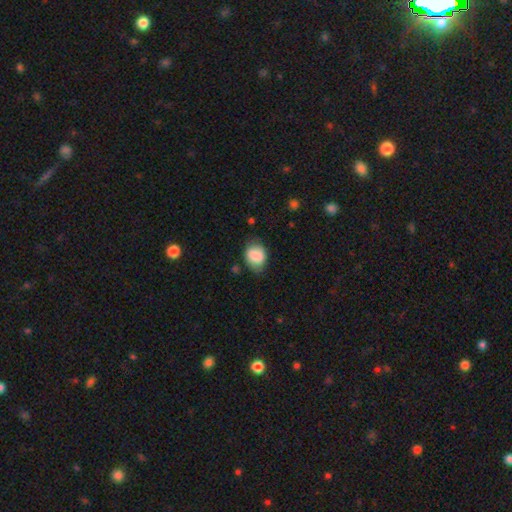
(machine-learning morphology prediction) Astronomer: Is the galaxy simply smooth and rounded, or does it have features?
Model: smooth — 83%.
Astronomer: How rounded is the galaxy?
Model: in between — 62%.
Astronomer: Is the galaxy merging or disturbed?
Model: none — 67%.